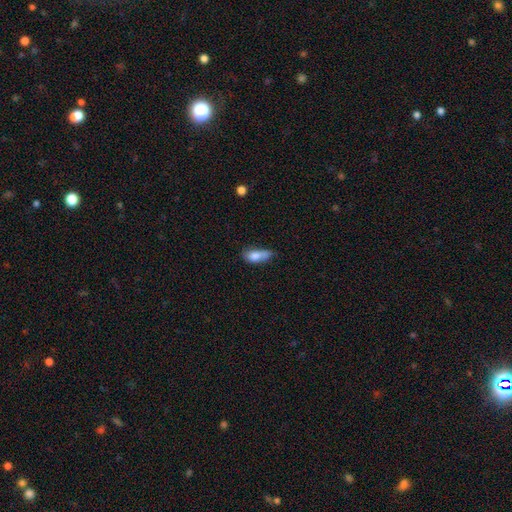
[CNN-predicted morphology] Smooth or featured? smooth (76%)
How rounded? in between (78%)
Merging? minor disturbance (39%)